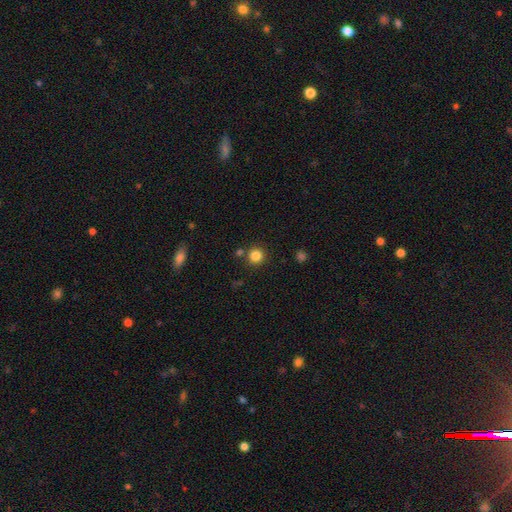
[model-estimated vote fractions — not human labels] Q: Smooth or featured?
A: smooth (84%); runner-up: star or artifact (12%)
Q: How rounded?
A: round (93%); runner-up: in between (6%)
Q: Merging?
A: none (83%); runner-up: minor disturbance (7%)